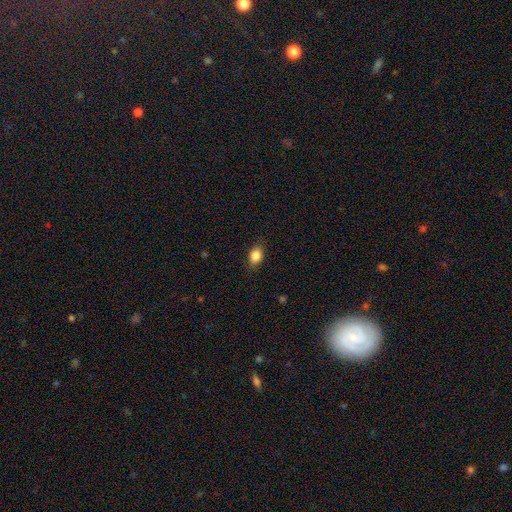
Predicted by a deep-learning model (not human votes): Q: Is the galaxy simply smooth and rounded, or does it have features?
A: smooth — 85%.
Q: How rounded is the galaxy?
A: in between — 76%.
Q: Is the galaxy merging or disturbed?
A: none — 84%.